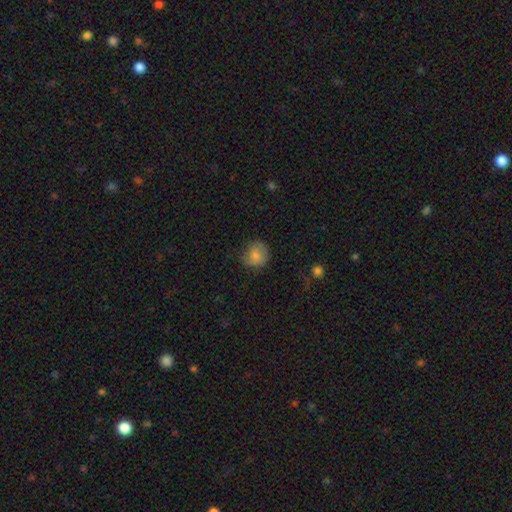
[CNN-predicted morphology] This is likely a smooth galaxy (80%). How rounded: likely round (76%). Merging: likely none (64%).